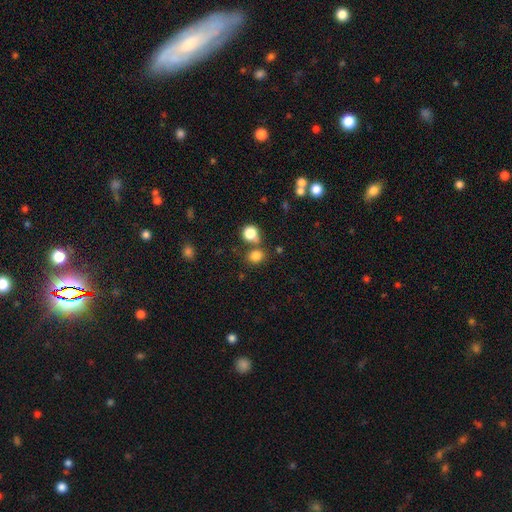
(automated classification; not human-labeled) Smooth or featured?
  - smooth: 80% *
  - star or artifact: 14%
  - featured or disk: 6%
How rounded?
  - round: 61% *
  - in between: 38%
  - cigar-shaped: 1%
Merging?
  - none: 63% *
  - merger: 23%
  - minor disturbance: 10%
  - major disturbance: 4%